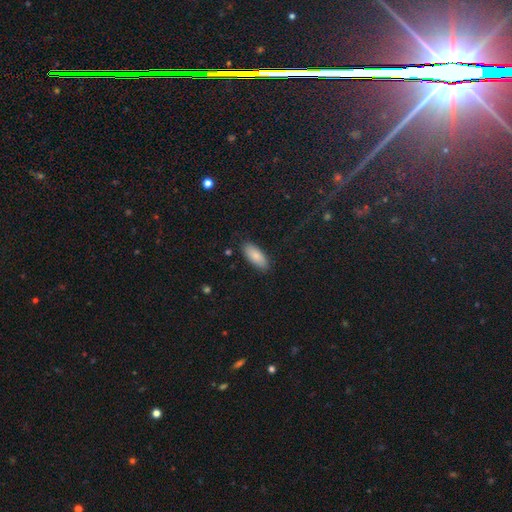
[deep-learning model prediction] This is clearly a smooth galaxy (83%). How rounded: clearly in between (84%). Merging: clearly none (86%).